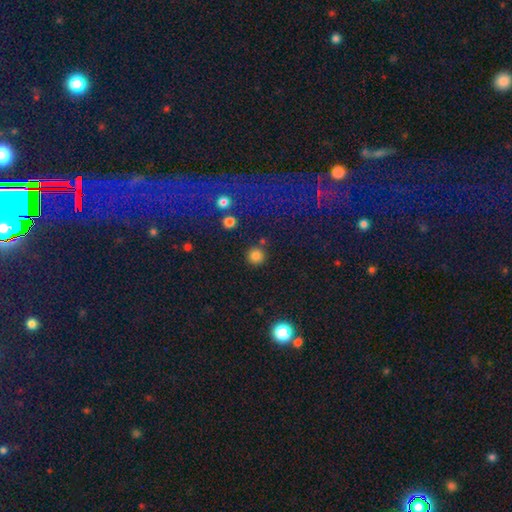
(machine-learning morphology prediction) smooth_or_featured: smooth (p=0.82) [alt: star or artifact p=0.14]
how_rounded: round (p=0.95) [alt: in between p=0.04]
merging: none (p=0.87) [alt: minor disturbance p=0.06]